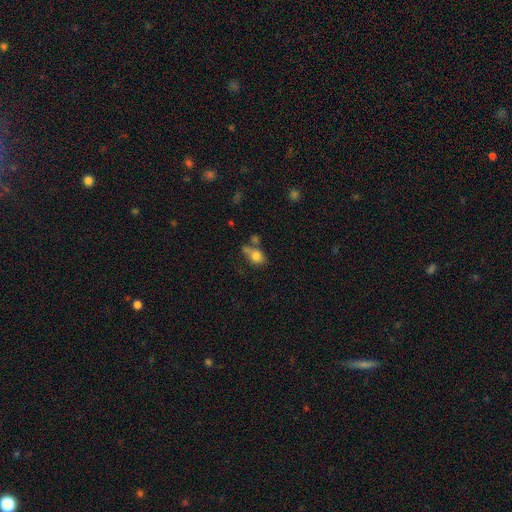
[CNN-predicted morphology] Smooth or featured? smooth (77%)
How rounded? in between (61%)
Merging? none (37%)